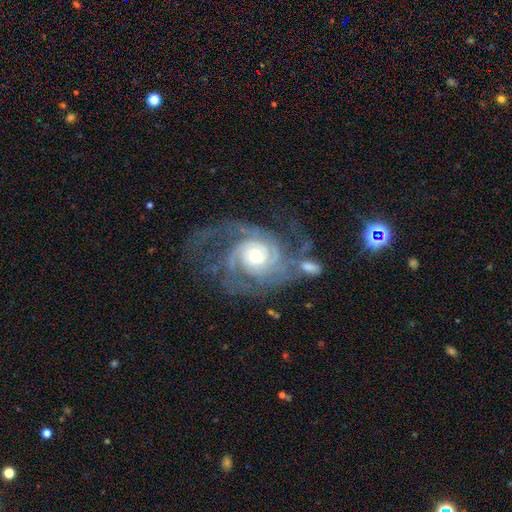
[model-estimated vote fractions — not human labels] Smooth or featured?
  - featured or disk: 91% *
  - star or artifact: 5%
  - smooth: 4%
Edge-on disk?
  - no: 97% *
  - yes: 3%
Bar?
  - no: 72% *
  - weak: 22%
  - strong: 6%
Spiral arms?
  - yes: 98% *
  - no: 2%
Spiral winding?
  - tight: 61% *
  - medium: 31%
  - loose: 8%
Spiral arm count?
  - 2: 30% * (tied)
  - 3: 30% * (tied)
  - can't tell: 17%
  - 4: 11%
  - 1: 6%
  - more than 4: 6%
Bulge size?
  - moderate: 57% *
  - small: 31%
  - large: 9%
  - dominant: 1%
  - none: 1%
Merging?
  - none: 46% *
  - major disturbance: 24%
  - minor disturbance: 18%
  - merger: 12%